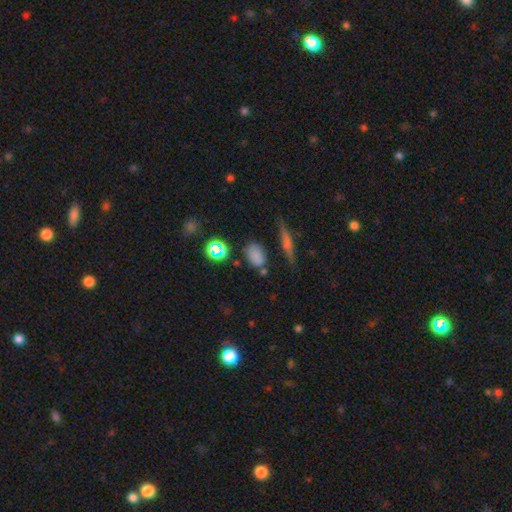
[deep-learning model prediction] Morphology: type=smooth (73%); roundness=in between (71%); merging=none (69%).